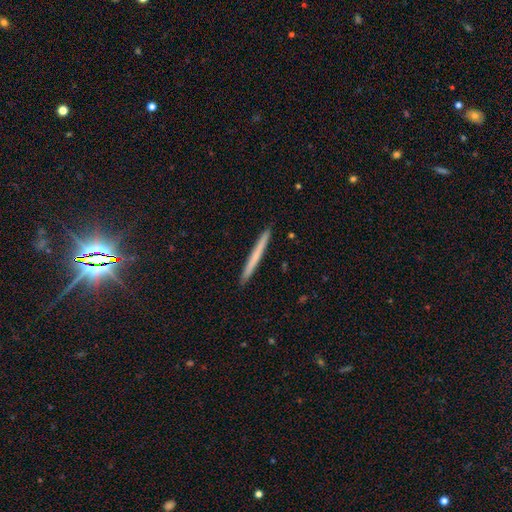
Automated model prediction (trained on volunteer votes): This appears to be a smooth galaxy with no disk features (57%) that is cigar-shaped (97%). Merging: none (93%).